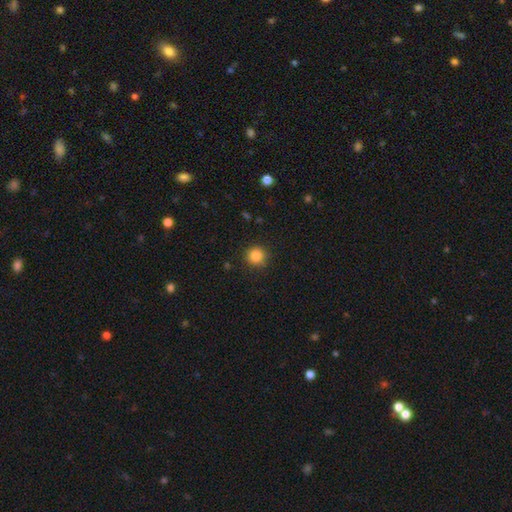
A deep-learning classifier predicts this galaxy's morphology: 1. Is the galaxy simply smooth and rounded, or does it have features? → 85% smooth, 11% star or artifact, 4% featured or disk.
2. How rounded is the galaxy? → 93% round, 6% in between, 1% cigar-shaped.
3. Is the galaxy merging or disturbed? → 89% none, 8% minor disturbance, 2% major disturbance, 1% merger.